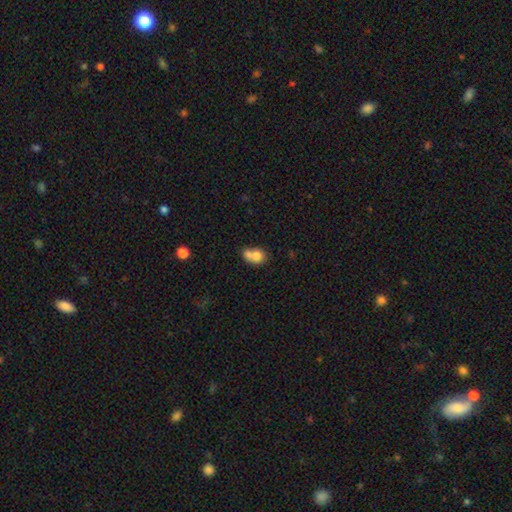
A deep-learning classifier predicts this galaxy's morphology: smooth-or-featured: smooth: 74% | featured or disk: 17% | star or artifact: 9%
  how-rounded: round: 60% | in between: 39% | cigar-shaped: 1%
  merging: merger: 65% | none: 24% | minor disturbance: 8% | major disturbance: 4%